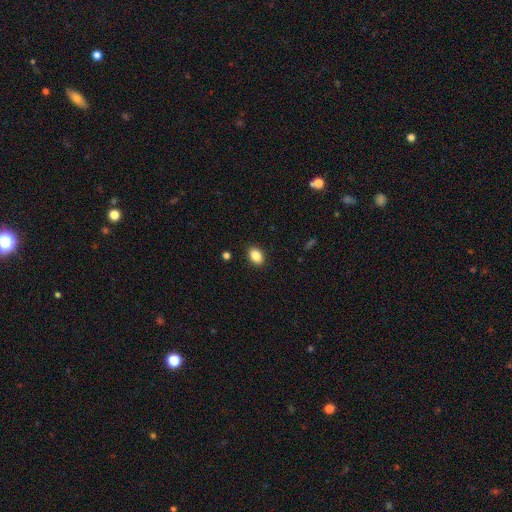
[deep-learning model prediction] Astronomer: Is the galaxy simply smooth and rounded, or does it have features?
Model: smooth — 87%.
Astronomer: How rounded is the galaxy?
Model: in between — 82%.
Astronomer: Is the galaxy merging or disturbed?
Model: none — 89%.